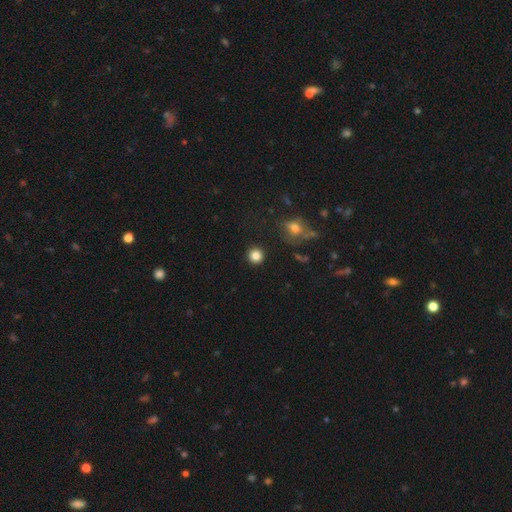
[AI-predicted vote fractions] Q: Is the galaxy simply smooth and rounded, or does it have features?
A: smooth — 84%.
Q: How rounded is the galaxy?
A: round — 94%.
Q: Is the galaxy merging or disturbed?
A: none — 91%.